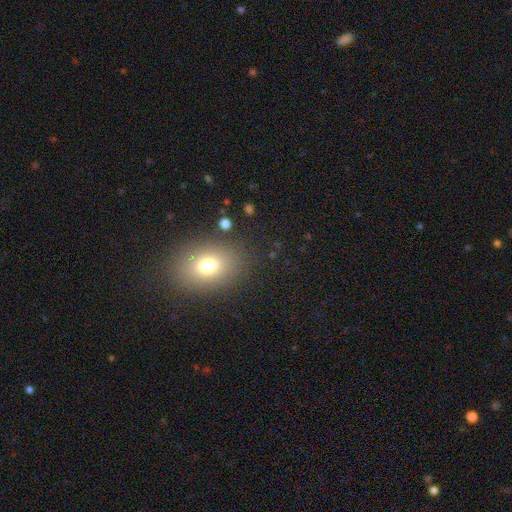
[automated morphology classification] This is likely a smooth galaxy (71%). How rounded: likely in between (65%). Merging: clearly none (89%).